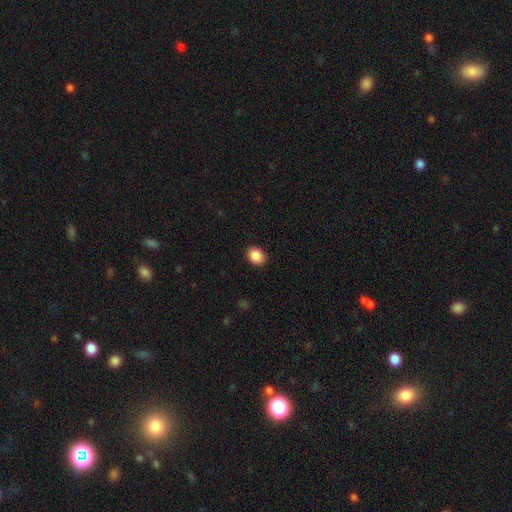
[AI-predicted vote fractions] This is clearly a smooth galaxy (89%). How rounded: likely in between (60%). Merging: clearly none (90%).